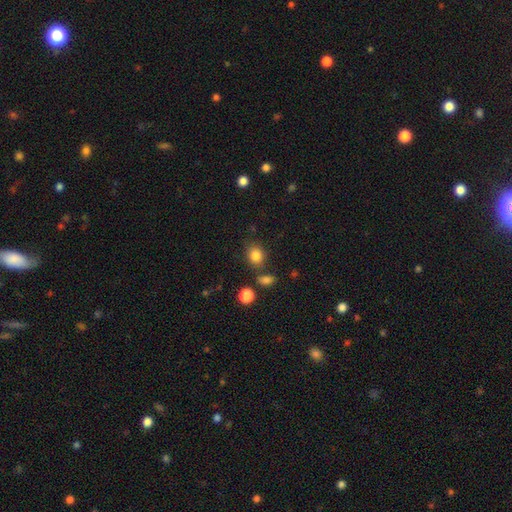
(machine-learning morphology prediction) This appears to be a smooth galaxy with no disk features (83%) that is round (59%). Merging: none (74%).